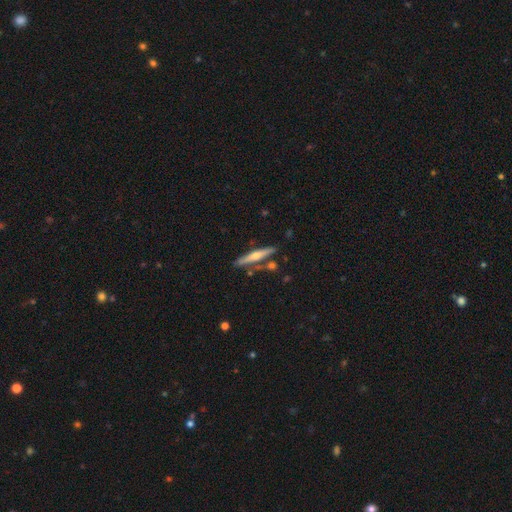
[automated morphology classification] A featured or disk galaxy (59%) viewed edge-on (96%) with a rounded central bulge (81%).

Vote fractions:
- Smooth or featured? featured or disk: 59% / smooth: 35% / star or artifact: 6%
- Edge-on disk? yes: 96% / no: 4%
- Edge-on bulge? rounded: 81% / none: 13% / boxy: 6%
- Merging? none: 80% / minor disturbance: 11% / merger: 7% / major disturbance: 2%